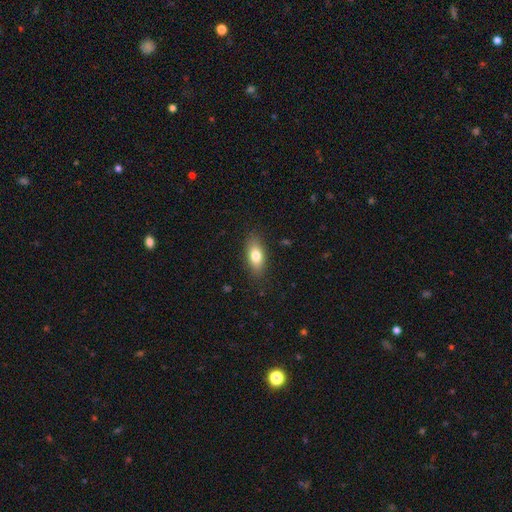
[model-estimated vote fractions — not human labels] smooth-or-featured: smooth: 79% | featured or disk: 14% | star or artifact: 7%
  how-rounded: in between: 83% | cigar-shaped: 13% | round: 5%
  merging: none: 85% | minor disturbance: 11% | major disturbance: 3% | merger: 1%